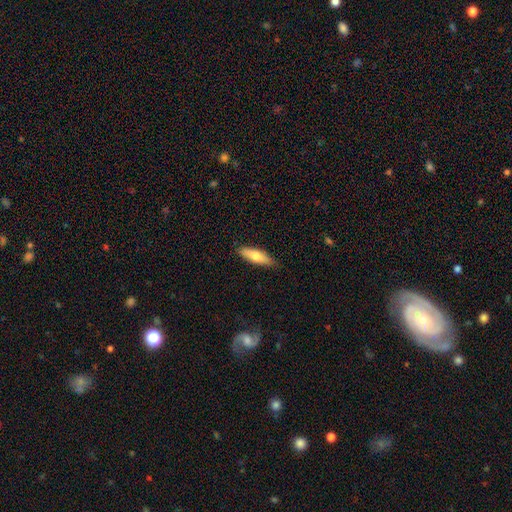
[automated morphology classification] Smooth or featured? smooth (67%)
How rounded? cigar-shaped (55%)
Merging? none (85%)